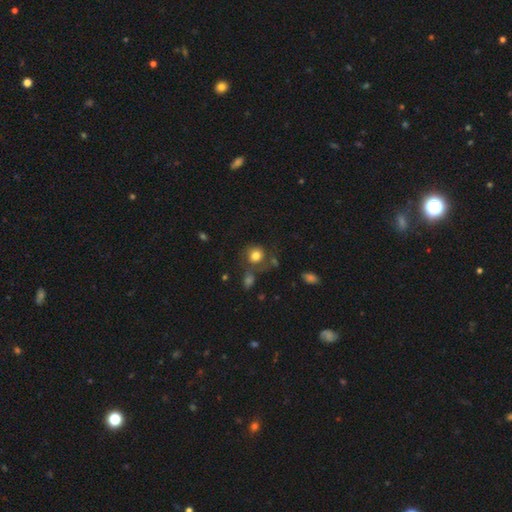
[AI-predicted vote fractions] Overall: smooth (78%). How rounded: round (76%). Merging: none (56%; minor disturbance 18%).